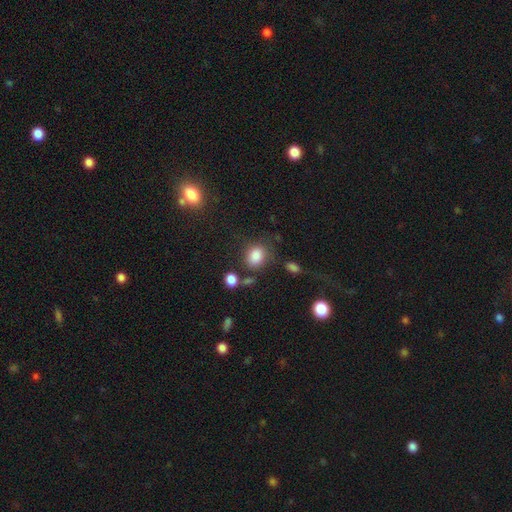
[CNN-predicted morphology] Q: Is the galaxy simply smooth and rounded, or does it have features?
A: smooth — 85%.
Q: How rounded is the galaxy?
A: round — 52%.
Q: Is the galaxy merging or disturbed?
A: none — 65%.